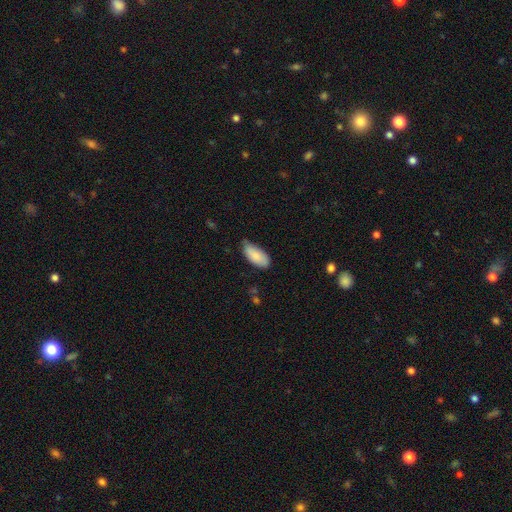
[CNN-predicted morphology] This appears to be a smooth galaxy with no disk features (85%) that is in between round and cigar-shaped (91%). Merging: none (61%).